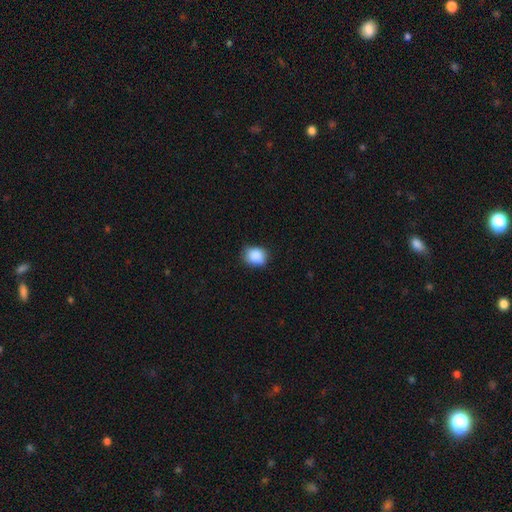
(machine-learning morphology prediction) smooth_or_featured: smooth (p=0.88) [alt: star or artifact p=0.08]
how_rounded: round (p=0.58) [alt: in between p=0.41]
merging: none (p=0.73) [alt: minor disturbance p=0.22]